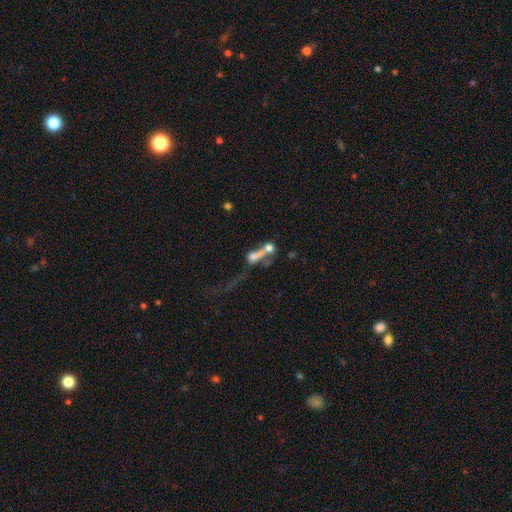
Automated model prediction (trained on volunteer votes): A smooth galaxy with no disk features (48%).

Vote fractions:
- Smooth or featured? smooth: 48% / featured or disk: 34% / star or artifact: 18%
- Merging? merger: 58% / major disturbance: 22% / none: 15% / minor disturbance: 6%